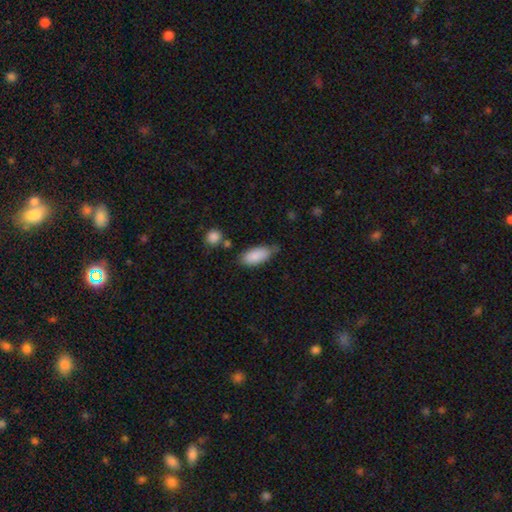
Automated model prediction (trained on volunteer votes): Q: Smooth or featured?
A: smooth (87%); runner-up: featured or disk (6%)
Q: How rounded?
A: in between (87%); runner-up: cigar-shaped (11%)
Q: Merging?
A: none (60%); runner-up: minor disturbance (28%)